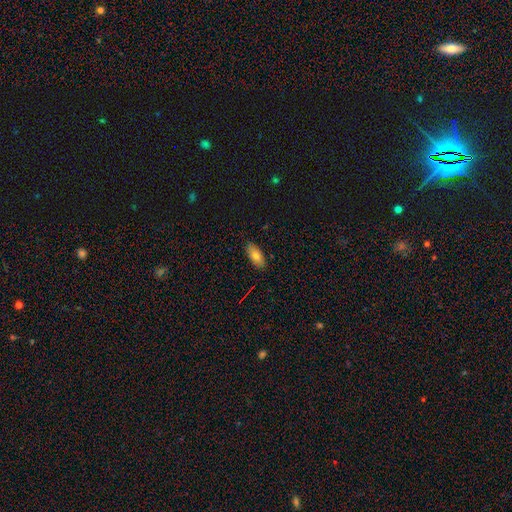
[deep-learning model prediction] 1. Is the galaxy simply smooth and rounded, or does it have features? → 76% smooth, 16% featured or disk, 9% star or artifact.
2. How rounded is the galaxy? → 89% in between, 8% cigar-shaped, 3% round.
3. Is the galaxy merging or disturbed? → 87% none, 10% minor disturbance, 2% major disturbance, 1% merger.